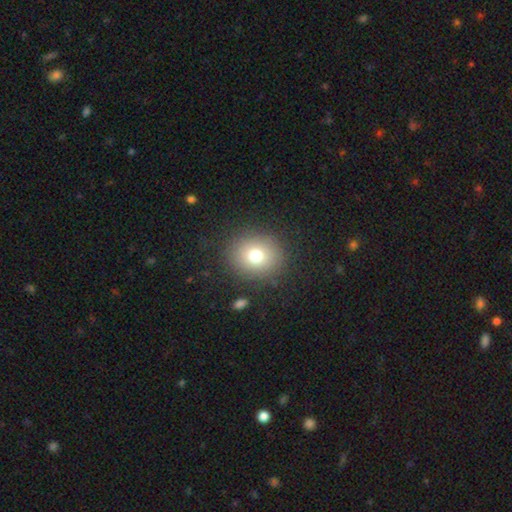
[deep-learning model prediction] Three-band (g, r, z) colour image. It shows a smooth galaxy with no disk features (75%) that is round (79%). Merging: none (87%).